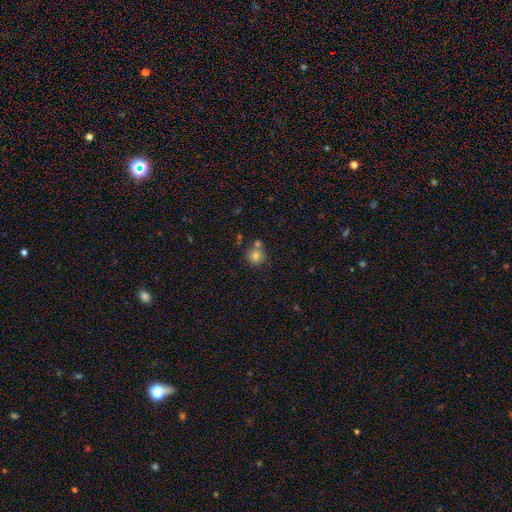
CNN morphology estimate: A smooth galaxy with no disk features (75%) that is round (88%). Merging: none (60%).